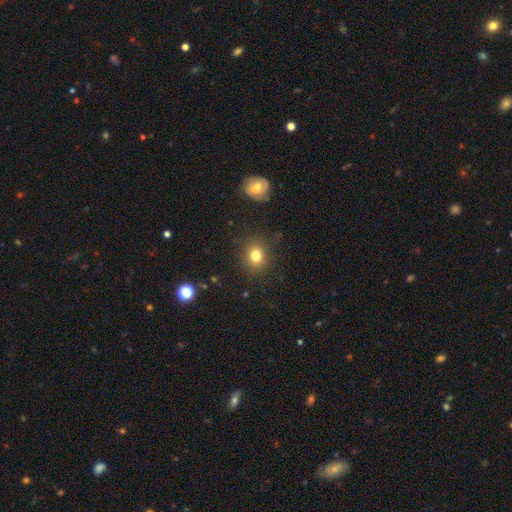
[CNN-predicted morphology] Smooth or featured? smooth (80%)
How rounded? round (65%)
Merging? none (83%)